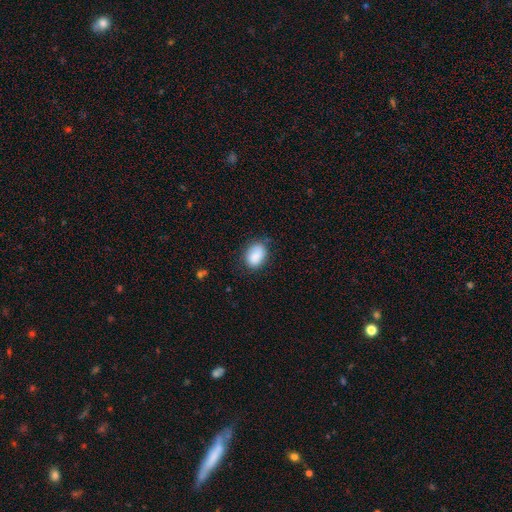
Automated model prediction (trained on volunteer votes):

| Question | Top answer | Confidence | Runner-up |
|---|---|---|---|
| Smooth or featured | smooth | 86% | star or artifact (7%) |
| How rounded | in between | 76% | round (22%) |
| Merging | none | 70% | minor disturbance (23%) |